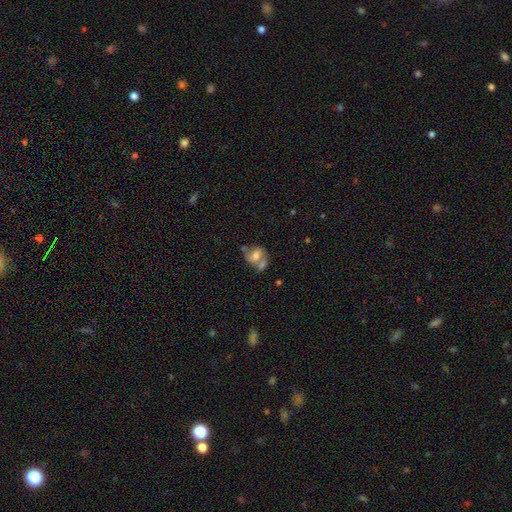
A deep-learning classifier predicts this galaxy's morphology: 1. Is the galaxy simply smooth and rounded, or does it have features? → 52% featured or disk, 39% smooth, 10% star or artifact.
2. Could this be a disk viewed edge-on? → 96% no, 4% yes.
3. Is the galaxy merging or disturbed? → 38% merger, 31% none, 17% minor disturbance, 14% major disturbance.